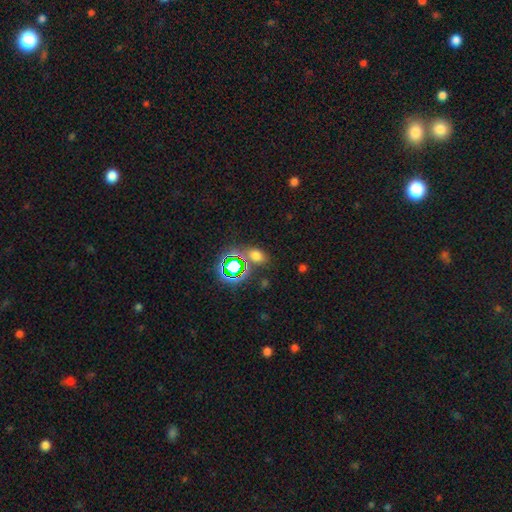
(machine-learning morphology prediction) This is possibly a smooth galaxy (60%). How rounded: likely in between (69%). Merging: likely none (73%).